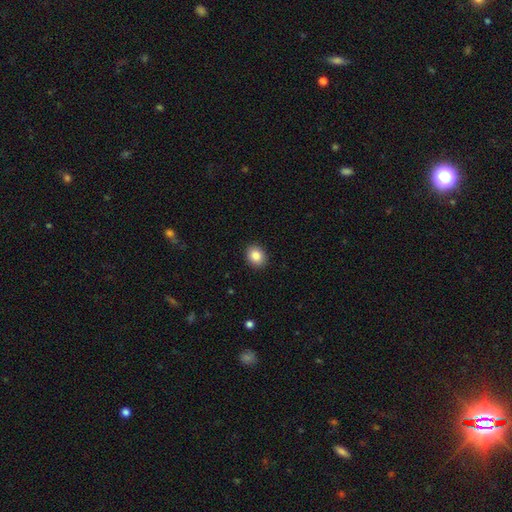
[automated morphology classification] Smooth or featured: smooth — 86% (star or artifact — 9%)
How rounded: round — 58% (in between — 41%)
Merging: none — 91% (minor disturbance — 6%)